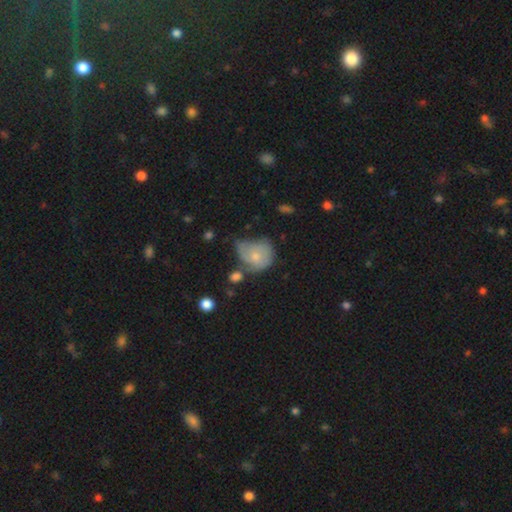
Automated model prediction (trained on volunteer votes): Overall: smooth (58%; featured or disk 34%). How rounded: round (60%; in between 39%). Merging: minor disturbance (35%; none 29%).